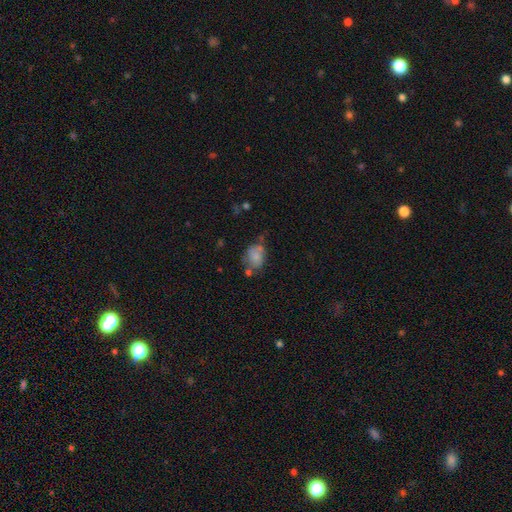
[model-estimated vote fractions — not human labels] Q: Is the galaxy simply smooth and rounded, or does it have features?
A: smooth — 74%.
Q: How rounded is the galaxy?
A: in between — 56%.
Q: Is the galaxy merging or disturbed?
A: none — 48%.